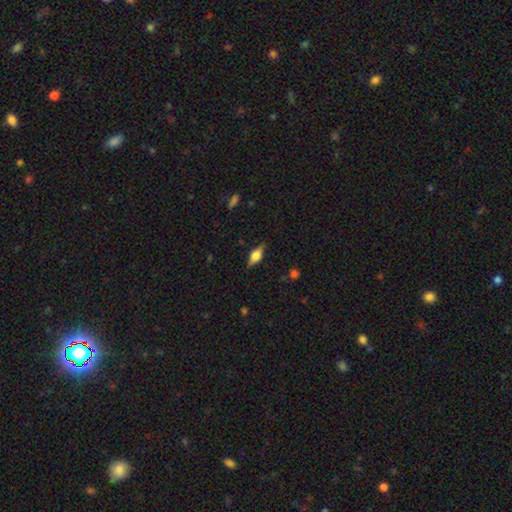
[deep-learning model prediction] Smooth or featured: featured or disk — 59% (smooth — 33%)
Edge-on disk: yes — 95% (no — 5%)
Edge-on bulge: rounded — 88% (boxy — 11%)
Merging: none — 84% (minor disturbance — 12%)